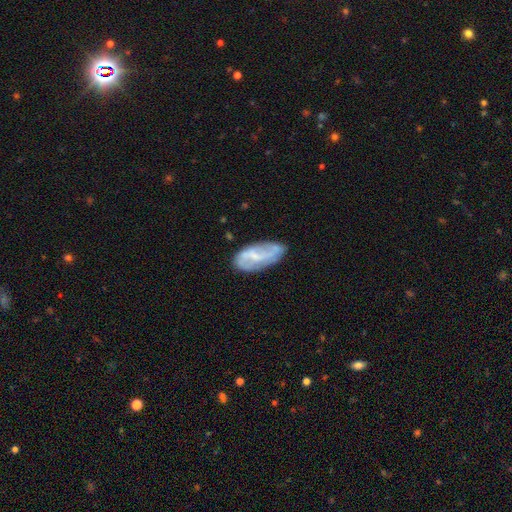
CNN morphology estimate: Smooth or featured?
  - featured or disk: 62% *
  - smooth: 31%
  - star or artifact: 7%
Edge-on disk?
  - no: 93% *
  - yes: 7%
Bar?
  - weak: 46% *
  - no: 33%
  - strong: 21%
Spiral arms?
  - yes: 77% *
  - no: 23%
Bulge size?
  - small: 51% *
  - none: 27%
  - moderate: 19%
  - large: 2%
  - dominant: 1%
Merging?
  - none: 67% *
  - minor disturbance: 23%
  - major disturbance: 7%
  - merger: 3%